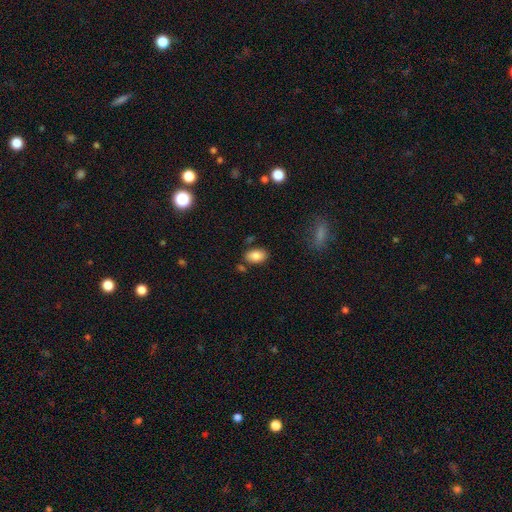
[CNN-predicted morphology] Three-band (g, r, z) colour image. It shows a smooth galaxy with no disk features (85%) that is in between round and cigar-shaped (91%). Merging: none (78%).